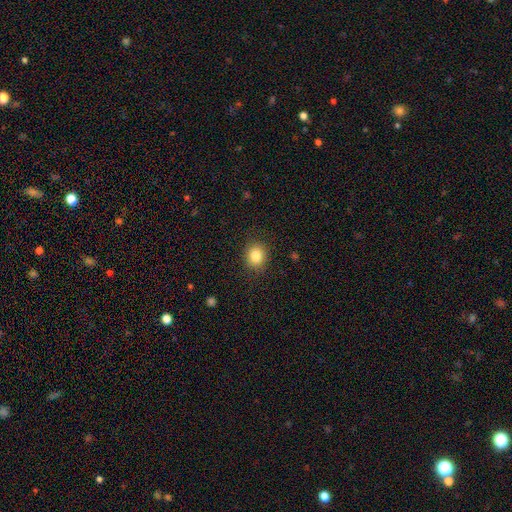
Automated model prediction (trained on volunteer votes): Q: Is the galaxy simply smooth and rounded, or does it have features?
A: smooth — 84%.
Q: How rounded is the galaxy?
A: round — 74%.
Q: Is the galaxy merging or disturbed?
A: none — 88%.